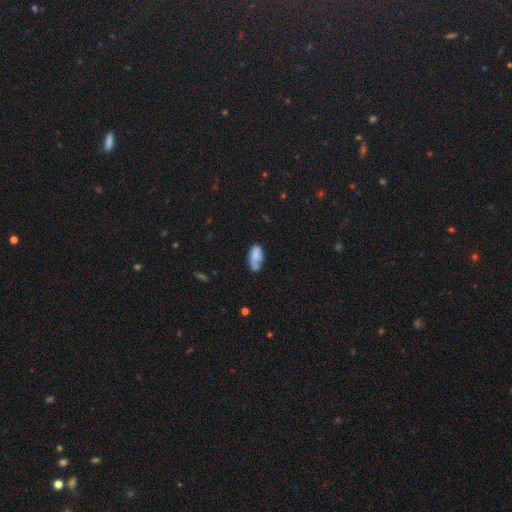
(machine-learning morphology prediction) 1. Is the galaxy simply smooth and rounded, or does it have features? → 72% smooth, 20% featured or disk, 8% star or artifact.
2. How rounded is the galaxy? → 92% in between, 5% cigar-shaped, 3% round.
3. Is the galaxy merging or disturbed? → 49% none, 32% minor disturbance, 13% major disturbance, 6% merger.